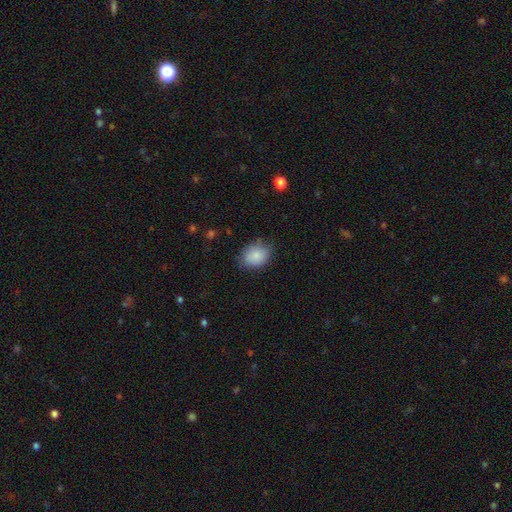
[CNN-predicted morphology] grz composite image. It shows a smooth galaxy with no disk features (86%) that is in between round and cigar-shaped (57%). Merging: none (73%).